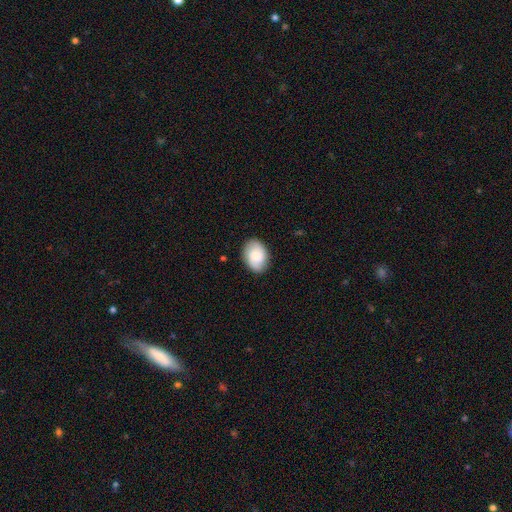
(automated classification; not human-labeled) Overall: smooth (69%). How rounded: in between (76%). Merging: none (85%).